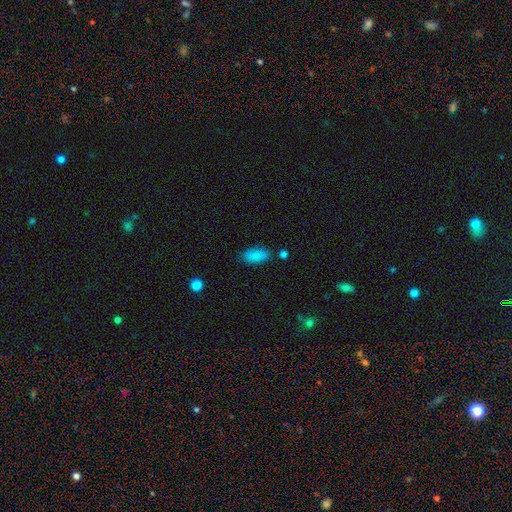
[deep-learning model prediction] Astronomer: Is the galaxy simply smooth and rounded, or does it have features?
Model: smooth — 87%.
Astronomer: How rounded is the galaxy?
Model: in between — 90%.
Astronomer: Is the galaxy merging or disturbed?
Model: none — 77%.